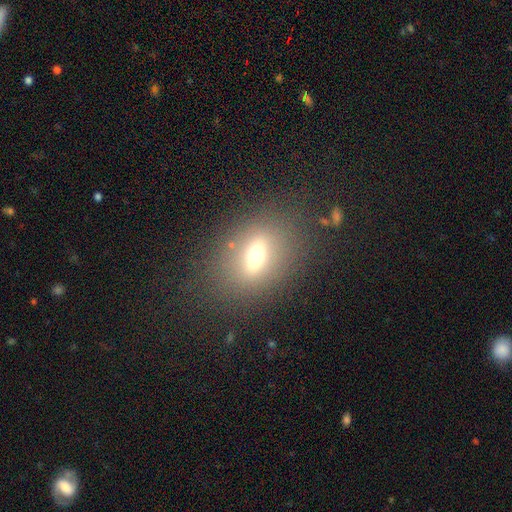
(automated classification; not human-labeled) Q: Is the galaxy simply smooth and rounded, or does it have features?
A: smooth — 54%.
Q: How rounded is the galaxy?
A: in between — 71%.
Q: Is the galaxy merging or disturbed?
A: none — 80%.